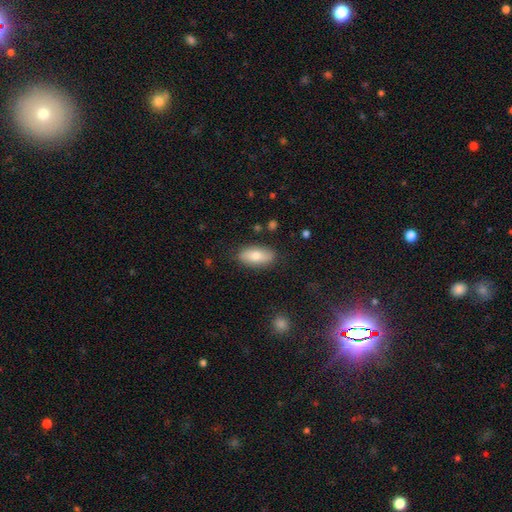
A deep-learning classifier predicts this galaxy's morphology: Smooth or featured?
  - smooth: 75% *
  - featured or disk: 18%
  - star or artifact: 7%
How rounded?
  - in between: 86% *
  - cigar-shaped: 11%
  - round: 3%
Merging?
  - none: 85% *
  - minor disturbance: 11%
  - major disturbance: 2%
  - merger: 2%